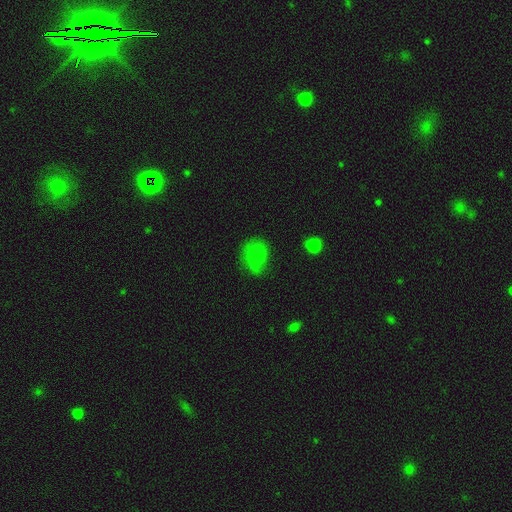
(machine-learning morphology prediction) A smooth galaxy with no disk features (74%) that is in between round and cigar-shaped (60%).

Vote fractions:
- Smooth or featured? smooth: 74% / star or artifact: 14% / featured or disk: 12%
- How rounded? in between: 60% / round: 38% / cigar-shaped: 1%
- Merging? none: 55% / minor disturbance: 31% / major disturbance: 12% / merger: 2%